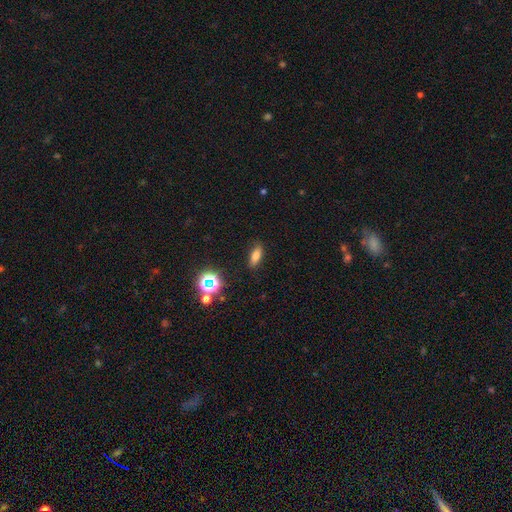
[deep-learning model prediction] Smooth or featured?
  - smooth: 75% *
  - star or artifact: 15%
  - featured or disk: 11%
How rounded?
  - in between: 68% *
  - cigar-shaped: 26%
  - round: 6%
Merging?
  - none: 86% *
  - minor disturbance: 9%
  - major disturbance: 3%
  - merger: 2%